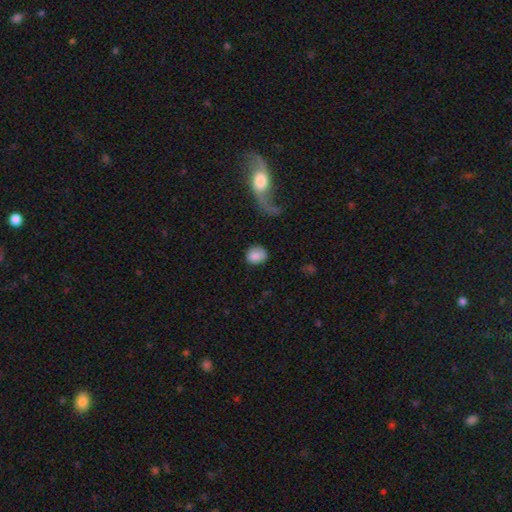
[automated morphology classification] Smooth or featured: smooth — 85% (featured or disk — 8%)
How rounded: round — 66% (in between — 33%)
Merging: none — 71% (minor disturbance — 16%)